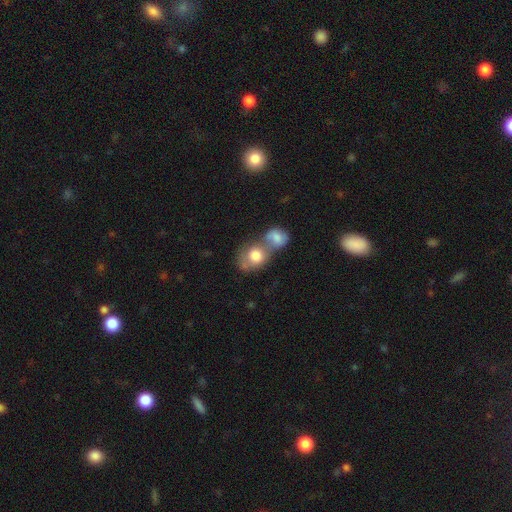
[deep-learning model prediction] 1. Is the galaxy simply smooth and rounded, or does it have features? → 73% smooth, 20% featured or disk, 7% star or artifact.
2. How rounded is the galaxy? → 55% round, 43% in between, 2% cigar-shaped.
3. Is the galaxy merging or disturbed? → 70% merger, 18% none, 7% minor disturbance, 5% major disturbance.